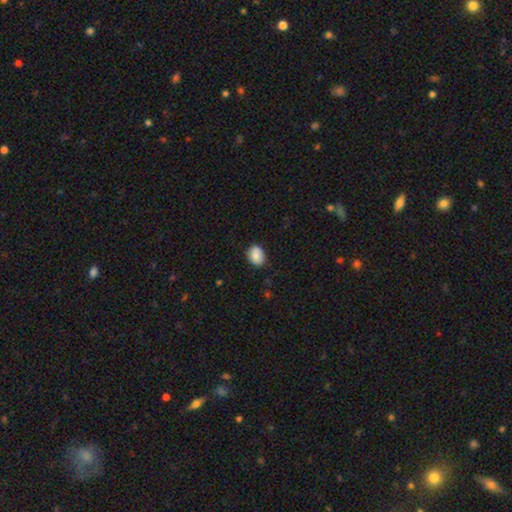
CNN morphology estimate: Q: Smooth or featured?
A: smooth (85%); runner-up: star or artifact (8%)
Q: How rounded?
A: in between (65%); runner-up: round (34%)
Q: Merging?
A: none (82%); runner-up: minor disturbance (15%)